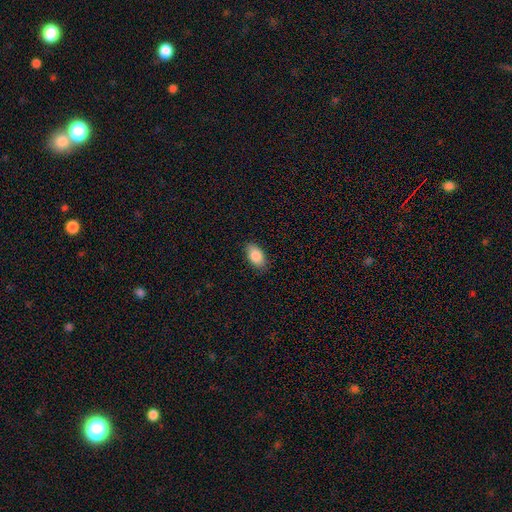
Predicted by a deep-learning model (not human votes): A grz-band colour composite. It shows a smooth galaxy with no disk features (87%) that is in between round and cigar-shaped (93%). Merging: none (85%).